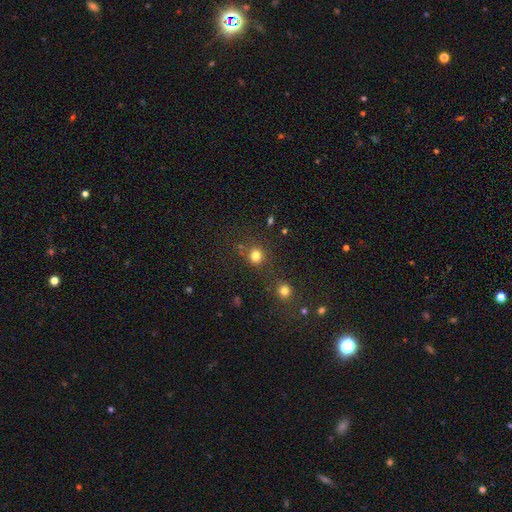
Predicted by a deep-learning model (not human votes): Q: Smooth or featured?
A: smooth (79%); runner-up: star or artifact (16%)
Q: How rounded?
A: round (89%); runner-up: in between (11%)
Q: Merging?
A: none (76%); runner-up: merger (11%)